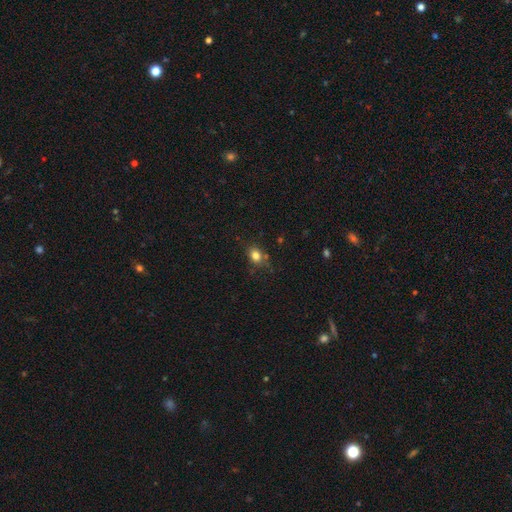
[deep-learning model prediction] smooth 80%, star or artifact 13%, featured or disk 7%. Down the decision tree: how rounded — in between (51%); merging — none (72%).